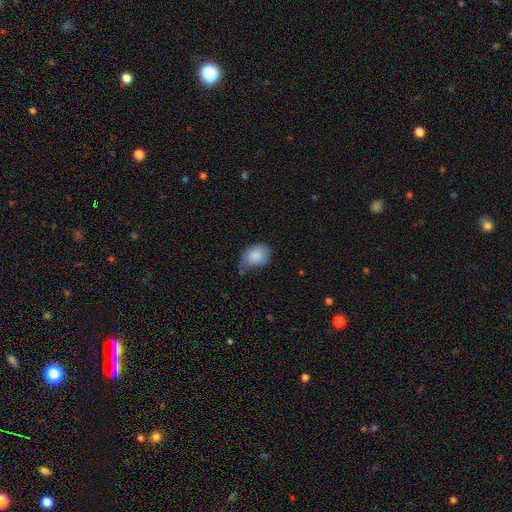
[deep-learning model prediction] smooth 83%, featured or disk 11%, star or artifact 7%. Down the decision tree: how rounded — in between (73%); merging — minor disturbance (46%).